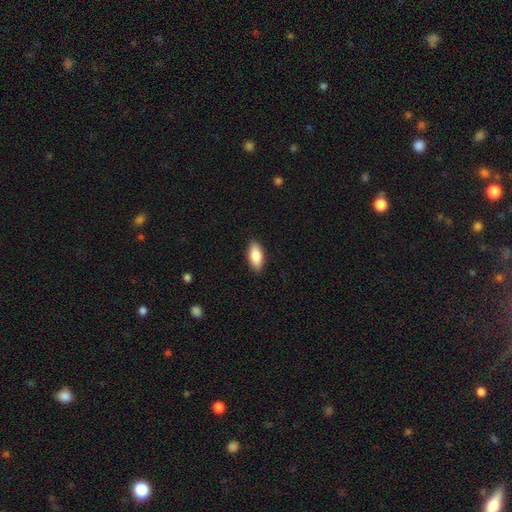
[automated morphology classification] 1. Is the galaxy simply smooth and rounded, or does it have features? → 86% smooth, 8% featured or disk, 6% star or artifact.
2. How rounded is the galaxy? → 86% in between, 11% cigar-shaped, 2% round.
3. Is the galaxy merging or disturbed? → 89% none, 8% minor disturbance, 2% major disturbance, 1% merger.